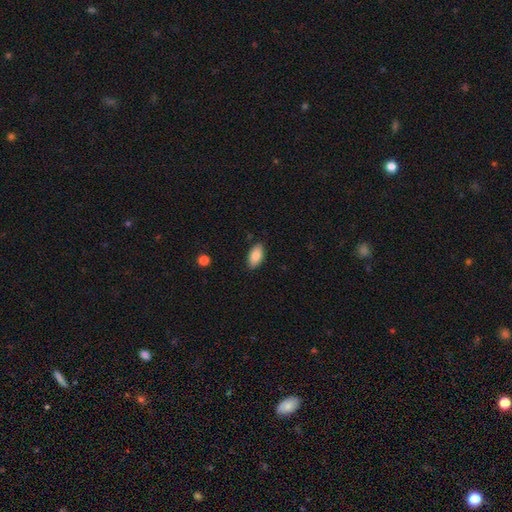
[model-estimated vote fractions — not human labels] Morphology: type=smooth (84%); roundness=in between (93%); merging=none (87%).